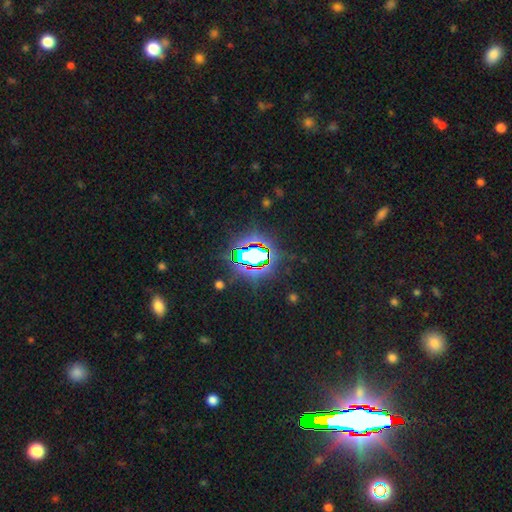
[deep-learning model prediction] smooth-or-featured: star or artifact: 73% | smooth: 16% | featured or disk: 12%